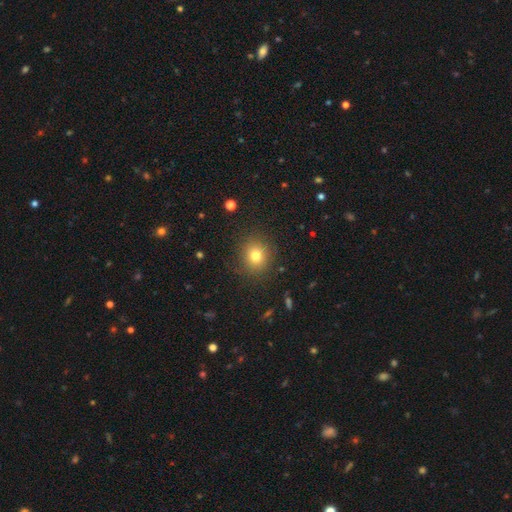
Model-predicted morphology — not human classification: Smooth or featured?
  - smooth: 78% *
  - star or artifact: 13%
  - featured or disk: 8%
How rounded?
  - round: 82% *
  - in between: 17%
  - cigar-shaped: 1%
Merging?
  - none: 86% *
  - minor disturbance: 9%
  - major disturbance: 3%
  - merger: 1%